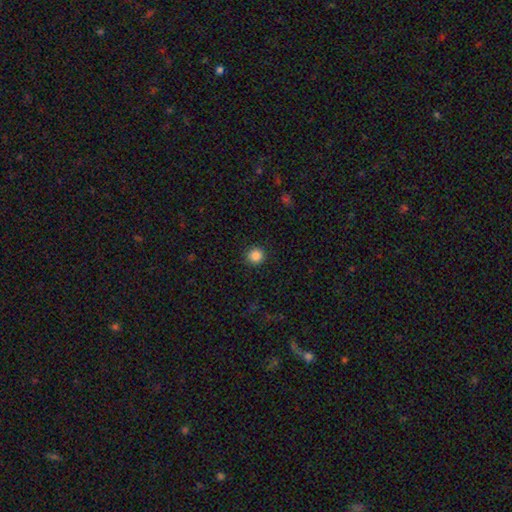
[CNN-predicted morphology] Smooth or featured?
  - smooth: 86% *
  - star or artifact: 11%
  - featured or disk: 3%
How rounded?
  - round: 95% *
  - in between: 4%
  - cigar-shaped: 1%
Merging?
  - none: 91% *
  - minor disturbance: 6%
  - major disturbance: 2%
  - merger: 1%